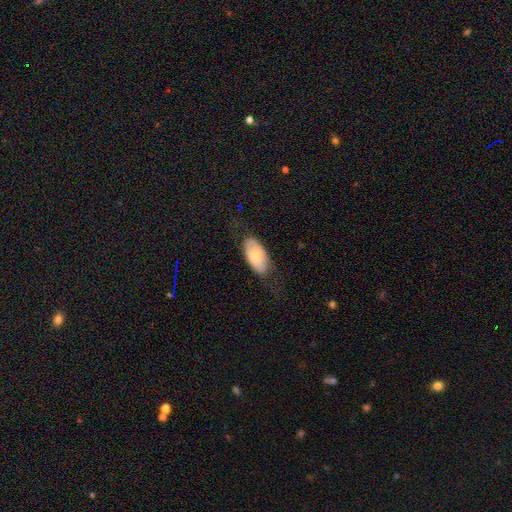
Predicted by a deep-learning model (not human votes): The model was most divided on "smooth or featured": smooth: 62%, featured or disk: 32%, star or artifact: 6%. More confident: how rounded — in between (93%); merging — none (71%).